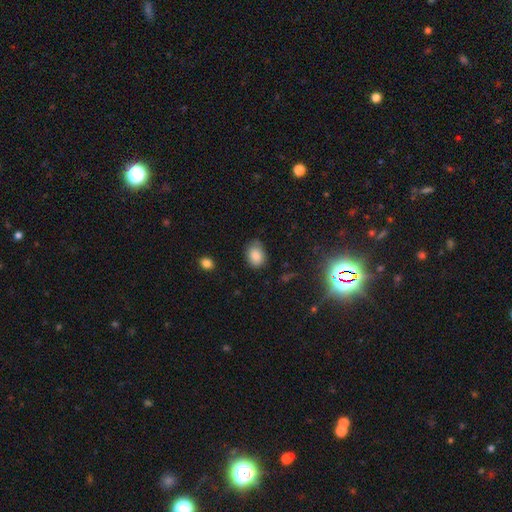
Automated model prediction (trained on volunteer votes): This appears to be a smooth galaxy with no disk features (85%) that is in between round and cigar-shaped (76%). Merging: none (68%).